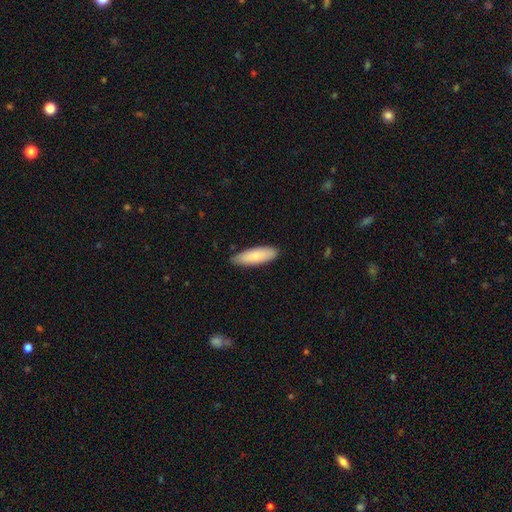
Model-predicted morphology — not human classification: Q: Smooth or featured?
A: smooth (80%); runner-up: featured or disk (14%)
Q: How rounded?
A: in between (53%); runner-up: cigar-shaped (45%)
Q: Merging?
A: none (83%); runner-up: minor disturbance (14%)